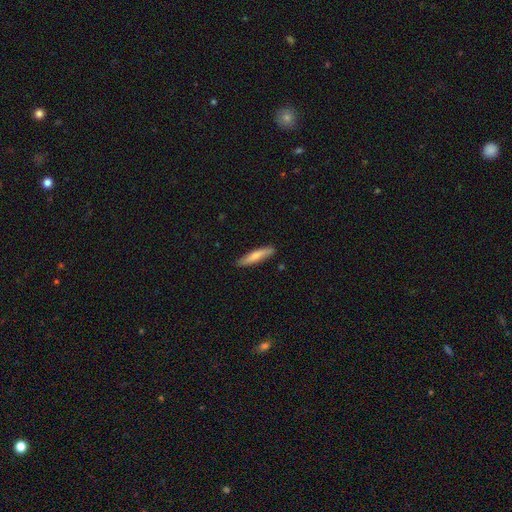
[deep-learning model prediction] Smooth or featured?
  - smooth: 72% *
  - featured or disk: 22%
  - star or artifact: 5%
How rounded?
  - cigar-shaped: 88% *
  - in between: 11%
  - round: 1%
Merging?
  - none: 84% *
  - minor disturbance: 12%
  - major disturbance: 2%
  - merger: 2%